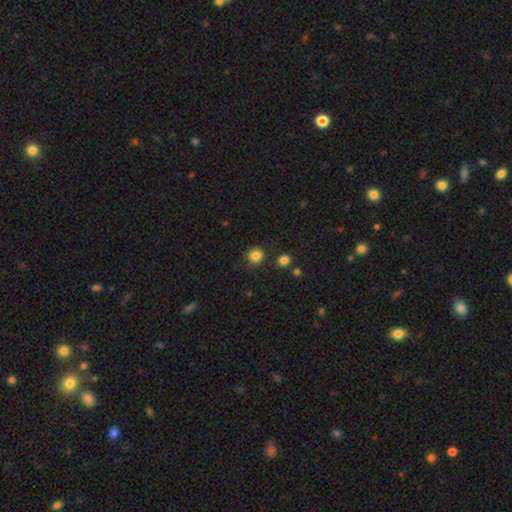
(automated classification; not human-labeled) This is clearly a smooth galaxy (85%). How rounded: clearly round (90%). Merging: clearly none (84%).